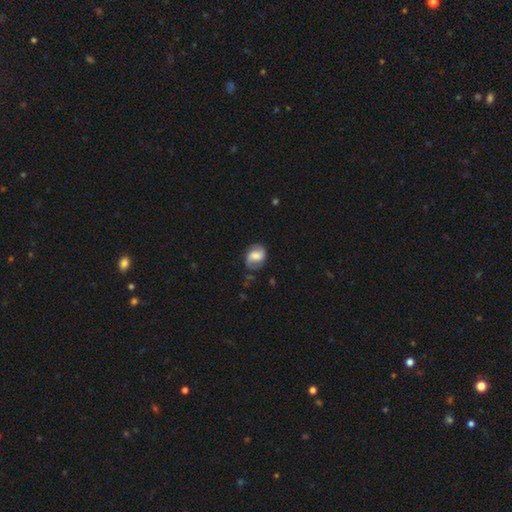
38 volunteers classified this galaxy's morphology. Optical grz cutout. It shows a featured or disk galaxy (71%) with a weak bar (46%), 2 (100%) medium (62%) spiral arms (100%) and a moderate central bulge (31%, tied with small). Merging: none (86%).